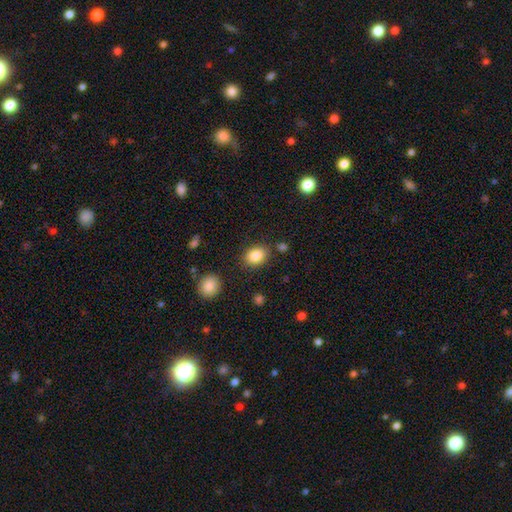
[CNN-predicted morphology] This appears to be a smooth galaxy with no disk features (85%) that is in between round and cigar-shaped (59%). Merging: none (82%).